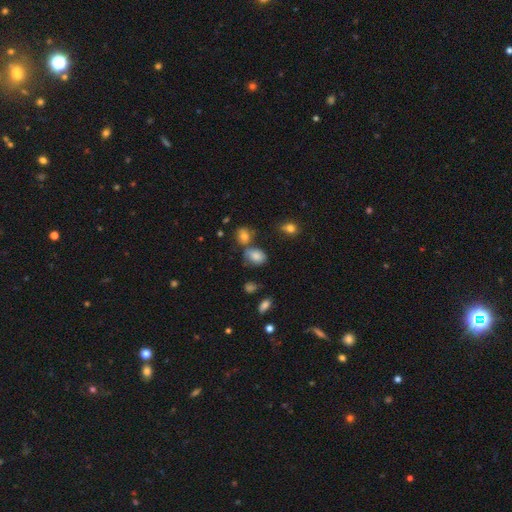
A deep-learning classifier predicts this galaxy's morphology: This is likely a smooth galaxy (77%). How rounded: likely in between (65%). Merging: possibly none (53%).